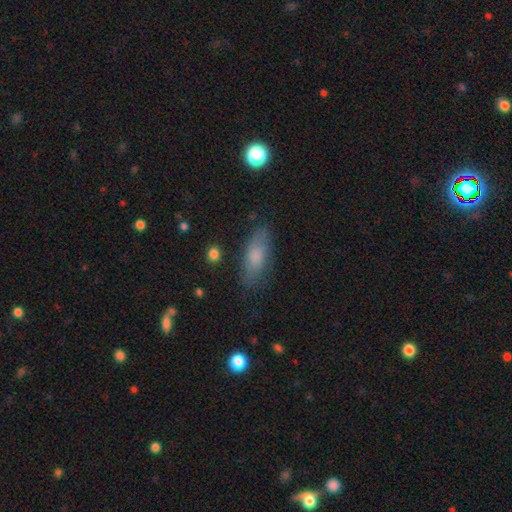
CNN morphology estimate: Smooth or featured: smooth — 74% (featured or disk — 18%)
How rounded: in between — 74% (cigar-shaped — 23%)
Merging: none — 79% (minor disturbance — 15%)